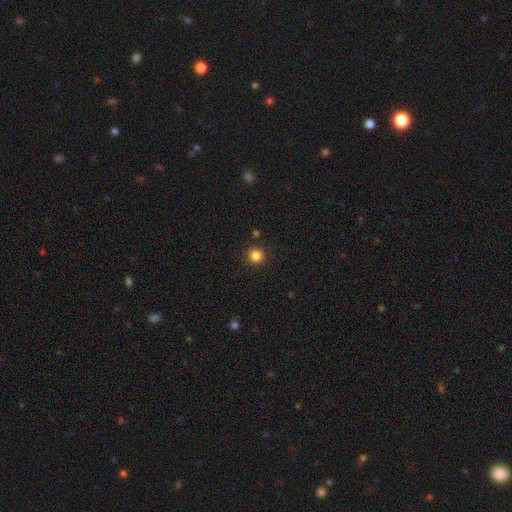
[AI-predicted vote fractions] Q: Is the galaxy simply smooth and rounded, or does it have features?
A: smooth — 83%.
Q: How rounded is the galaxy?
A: round — 95%.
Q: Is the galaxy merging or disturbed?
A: none — 92%.